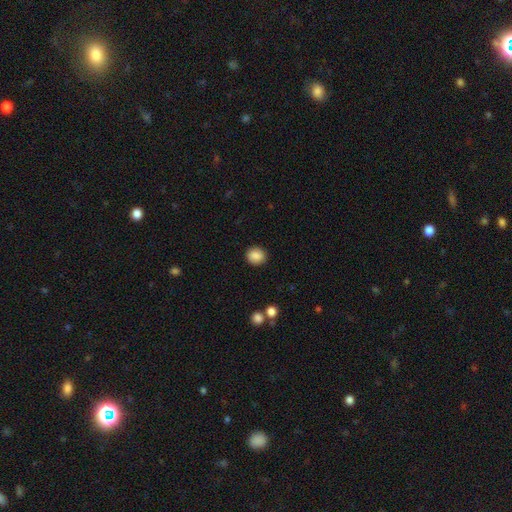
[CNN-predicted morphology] This is clearly a smooth galaxy (87%). How rounded: likely round (77%). Merging: clearly none (90%).